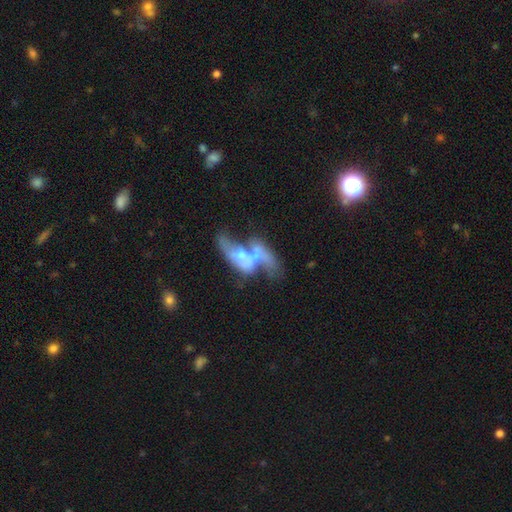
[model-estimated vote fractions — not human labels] This appears to be a featured or disk galaxy (63%) with no bar (72%), no spiral arms (54%) and a moderate central bulge (46%). Merging: merger (63%).